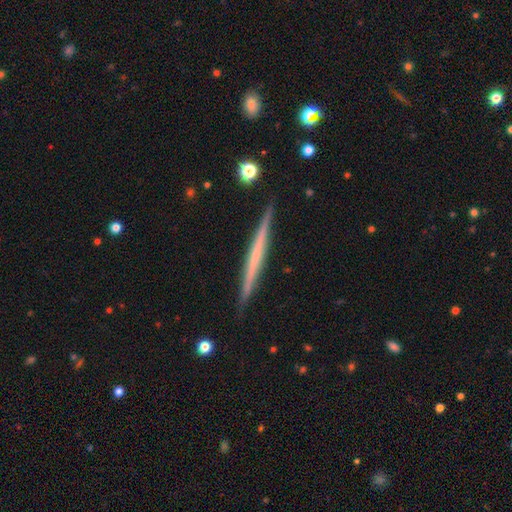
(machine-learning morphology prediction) smooth-or-featured: featured or disk: 60% | smooth: 34% | star or artifact: 5%
  disk-edge-on: yes: 98% | no: 2%
    edge-on-bulge: none: 86% | rounded: 9% | boxy: 5%
  merging: none: 91% | minor disturbance: 6% | major disturbance: 1% | merger: 1%